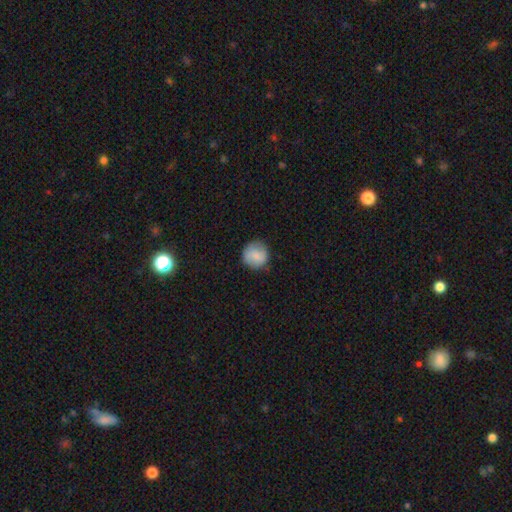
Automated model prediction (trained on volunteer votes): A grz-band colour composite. It shows a smooth galaxy with no disk features (83%) that is round (93%). Merging: none (83%).